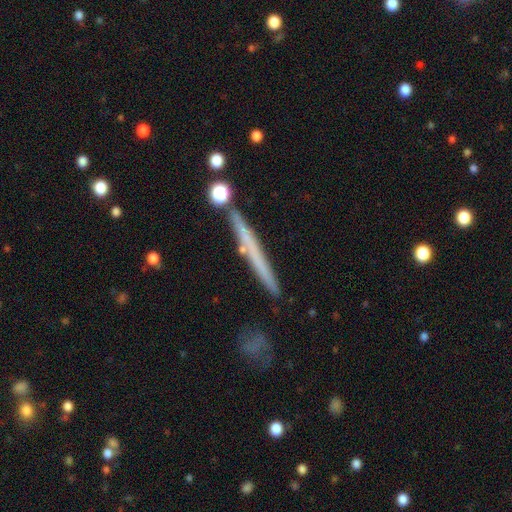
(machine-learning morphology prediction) This is possibly a featured or disk galaxy (47%). Merging: clearly none (84%).